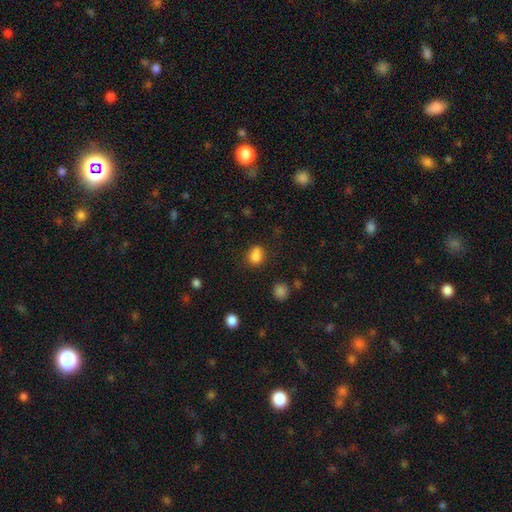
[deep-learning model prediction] This is clearly a smooth galaxy (81%). How rounded: possibly round (52%). Merging: possibly none (57%).